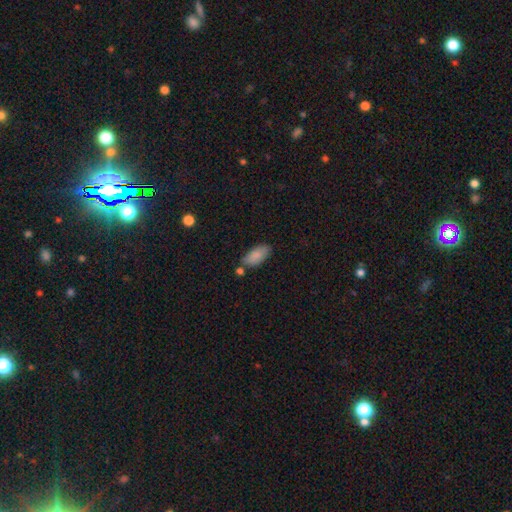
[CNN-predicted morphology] This appears to be a smooth galaxy with no disk features (86%) that is in between round and cigar-shaped (90%). Merging: none (67%).